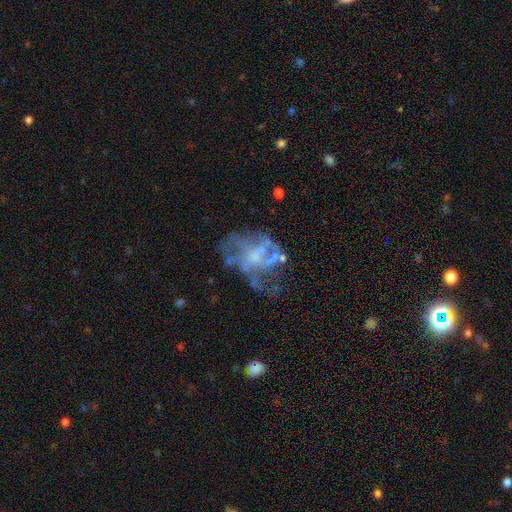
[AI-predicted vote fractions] Smooth or featured? Predicted: featured or disk (p=0.74). Edge-on disk? Predicted: no (p=0.97). Bar? Predicted: no (p=0.71). Spiral arms? Predicted: yes (p=0.55). Bulge size? Predicted: small (p=0.45). Merging? Predicted: none (p=0.42).